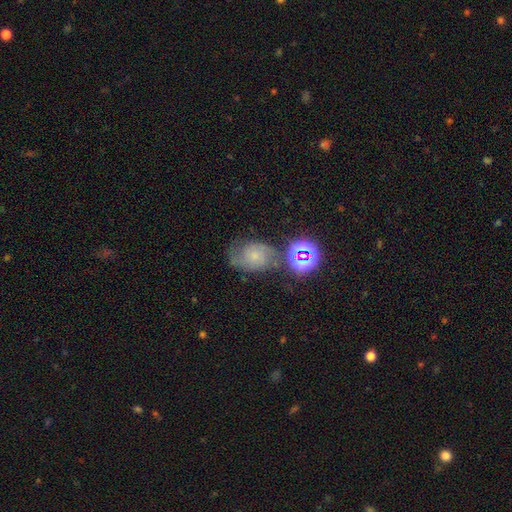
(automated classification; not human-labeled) This appears to be a featured or disk galaxy (47%). Merging: none (50%).